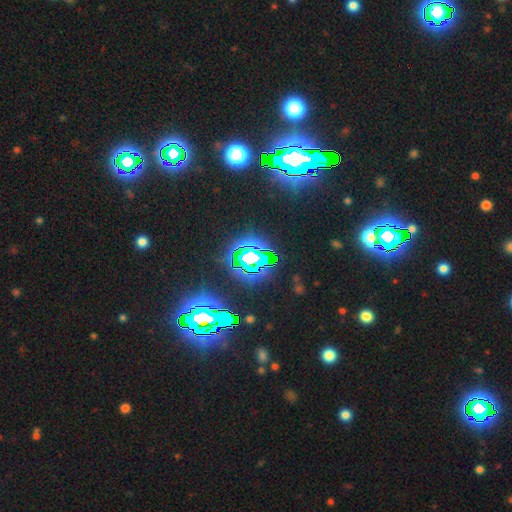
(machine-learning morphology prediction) smooth-or-featured: star or artifact: 74% | smooth: 13% | featured or disk: 13%